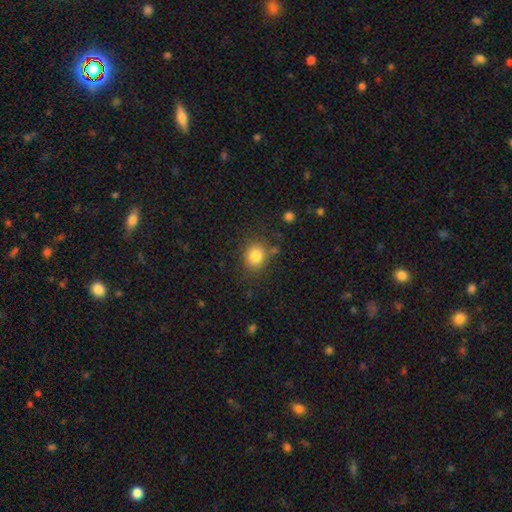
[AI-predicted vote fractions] smooth-or-featured: smooth: 82% | star or artifact: 11% | featured or disk: 7%
  how-rounded: round: 78% | in between: 22% | cigar-shaped: 1%
  merging: none: 78% | minor disturbance: 13% | merger: 5% | major disturbance: 4%